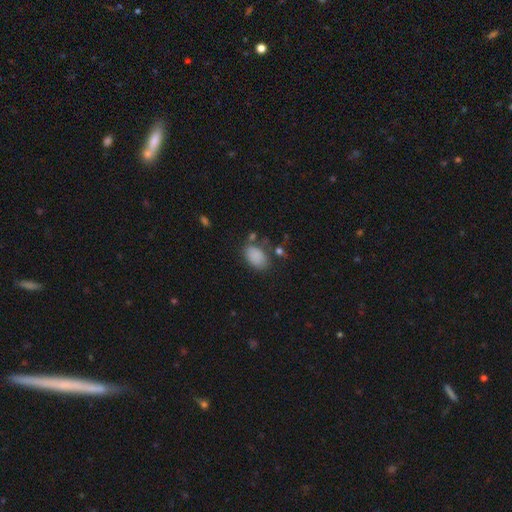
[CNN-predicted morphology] Overall: smooth (85%). How rounded: in between (89%). Merging: none (64%).